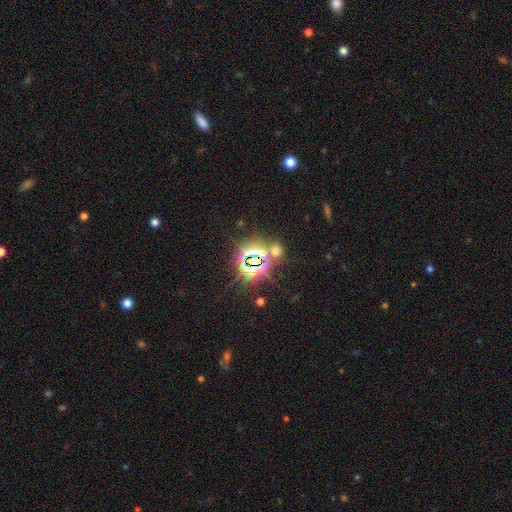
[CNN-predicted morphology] type=star or artifact (78%).